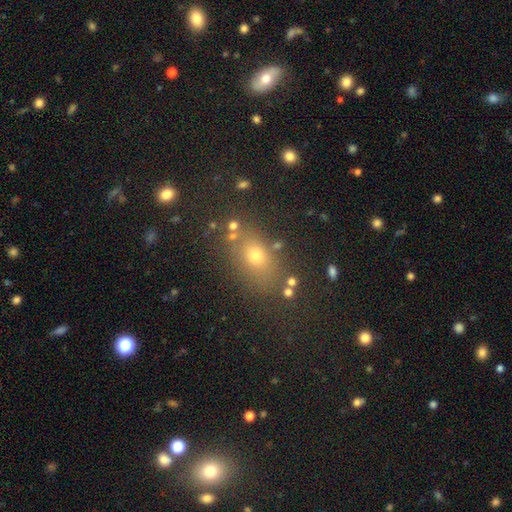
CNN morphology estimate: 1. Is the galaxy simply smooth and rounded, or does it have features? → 69% smooth, 19% star or artifact, 12% featured or disk.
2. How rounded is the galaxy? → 66% in between, 30% round, 4% cigar-shaped.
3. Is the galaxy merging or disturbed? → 75% none, 13% minor disturbance, 6% merger, 5% major disturbance.